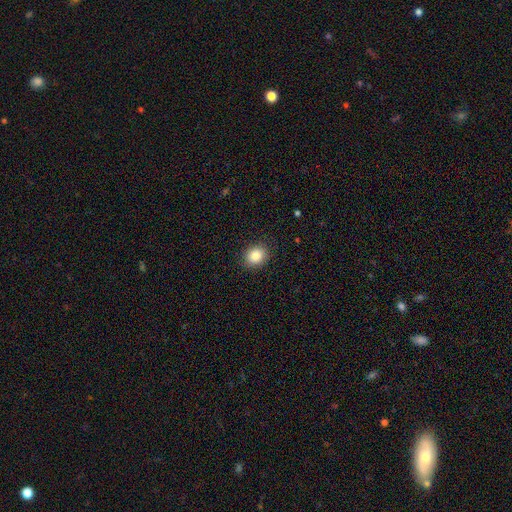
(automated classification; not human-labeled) Smooth or featured? smooth (85%)
How rounded? round (65%)
Merging? none (89%)